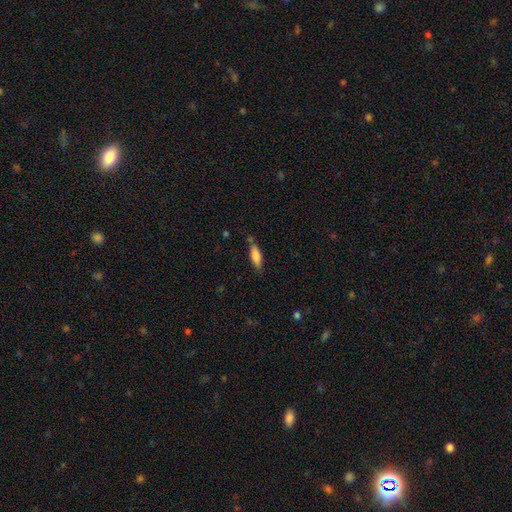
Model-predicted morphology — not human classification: The model was most divided on "how rounded": in between: 50%, cigar-shaped: 48%, round: 2%. More confident: smooth or featured — smooth (78%); merging — none (71%).